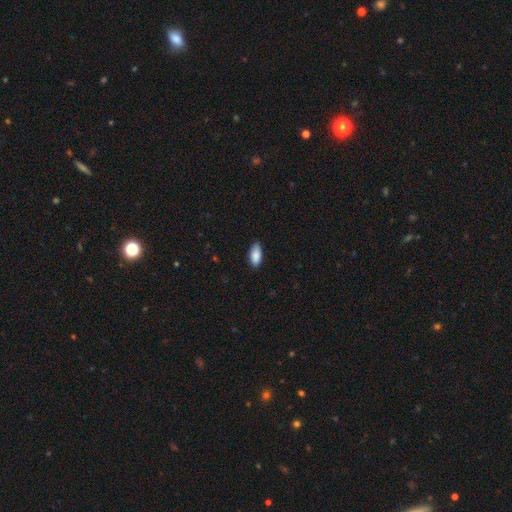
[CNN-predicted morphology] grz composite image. It shows a smooth galaxy with no disk features (89%) that is in between round and cigar-shaped (91%). Merging: none (84%).